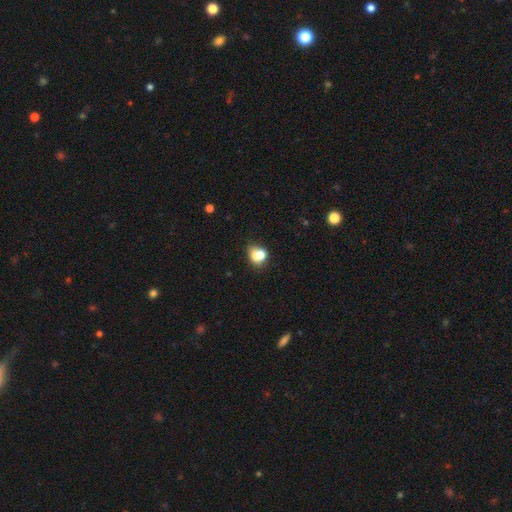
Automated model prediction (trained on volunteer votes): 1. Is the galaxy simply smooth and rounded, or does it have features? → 73% smooth, 16% featured or disk, 12% star or artifact.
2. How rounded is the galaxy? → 59% round, 40% in between, 1% cigar-shaped.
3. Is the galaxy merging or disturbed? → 40% none, 28% merger, 21% minor disturbance, 10% major disturbance.